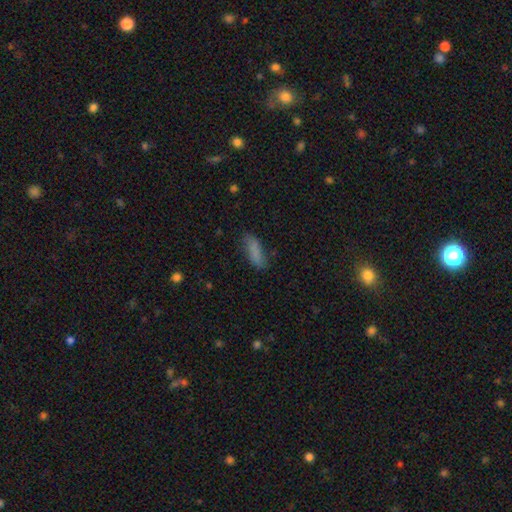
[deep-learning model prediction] A smooth galaxy with no disk features (66%) that is cigar-shaped (50%).

Vote fractions:
- Smooth or featured? smooth: 66% / star or artifact: 19% / featured or disk: 15%
- How rounded? cigar-shaped: 50% / in between: 46% / round: 4%
- Merging? none: 80% / minor disturbance: 14% / major disturbance: 5% / merger: 2%